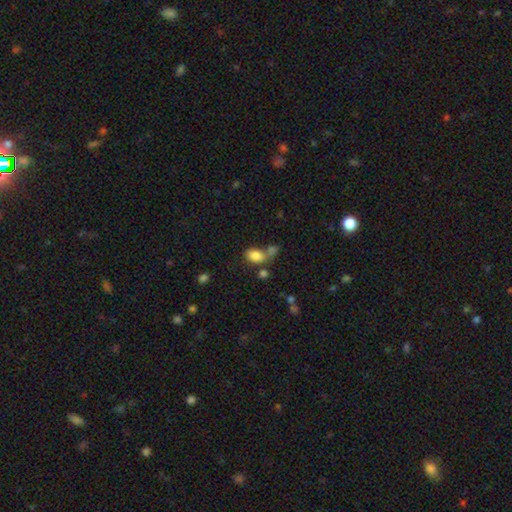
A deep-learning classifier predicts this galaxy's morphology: This is clearly a smooth galaxy (83%). How rounded: clearly in between (86%). Merging: marginally none (41%).